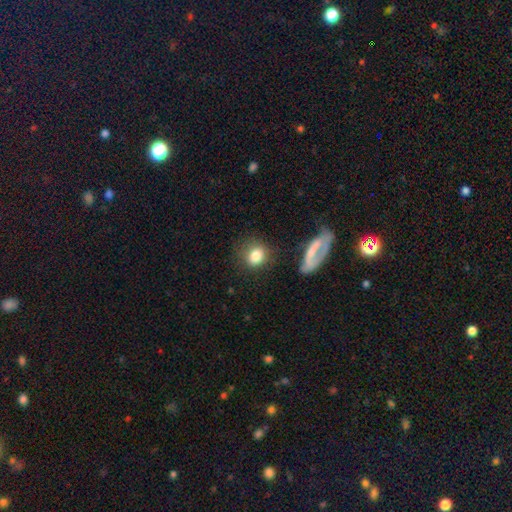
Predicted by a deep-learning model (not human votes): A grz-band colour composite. It shows a smooth galaxy with no disk features (83%) that is round (75%). Merging: none (71%).